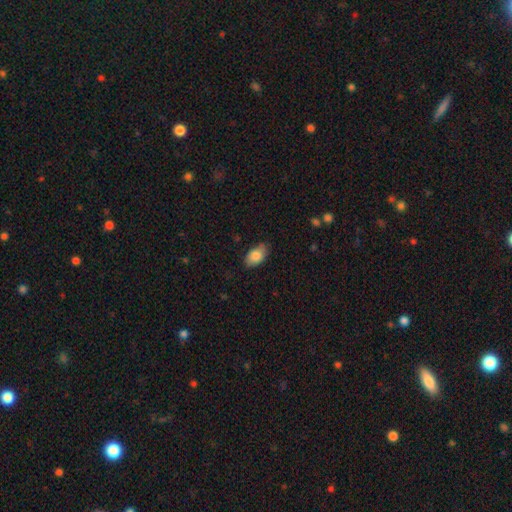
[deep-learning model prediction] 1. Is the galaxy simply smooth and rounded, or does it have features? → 82% smooth, 11% featured or disk, 7% star or artifact.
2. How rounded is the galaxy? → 92% in between, 6% round, 2% cigar-shaped.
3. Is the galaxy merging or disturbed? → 76% none, 20% minor disturbance, 3% major disturbance, 1% merger.